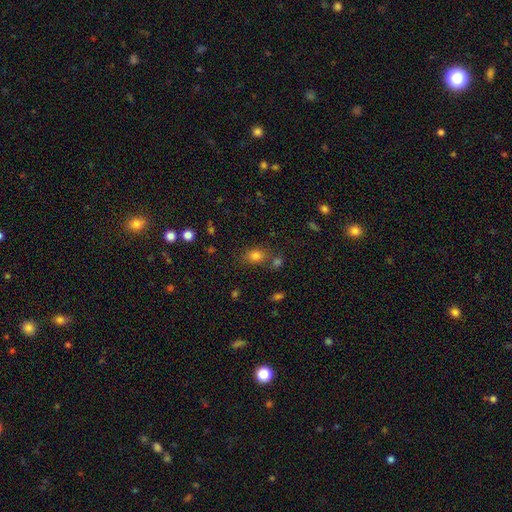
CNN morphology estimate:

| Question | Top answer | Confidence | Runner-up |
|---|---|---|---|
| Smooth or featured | smooth | 77% | star or artifact (15%) |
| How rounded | in between | 63% | round (35%) |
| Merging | none | 66% | merger (16%) |